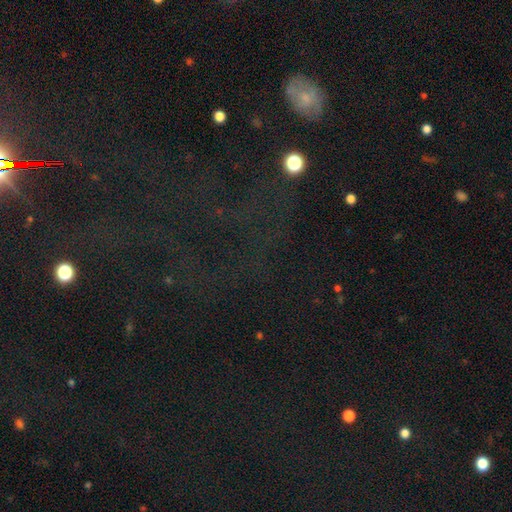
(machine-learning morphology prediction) type=star or artifact (75%).